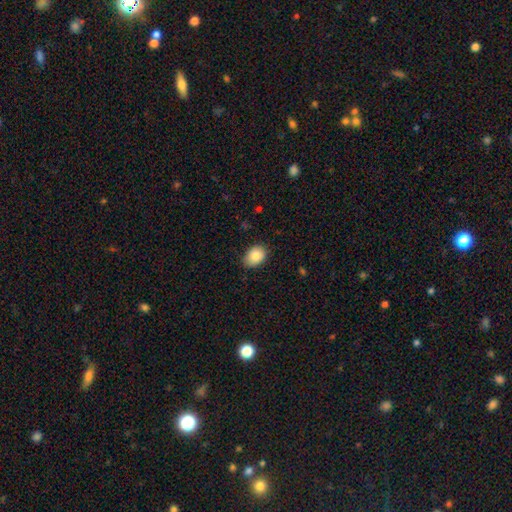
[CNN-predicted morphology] A smooth galaxy with no disk features (87%) that is in between round and cigar-shaped (76%).

Vote fractions:
- Smooth or featured? smooth: 87% / star or artifact: 7% / featured or disk: 5%
- How rounded? in between: 76% / round: 23% / cigar-shaped: 1%
- Merging? none: 81% / minor disturbance: 15% / major disturbance: 2% / merger: 1%